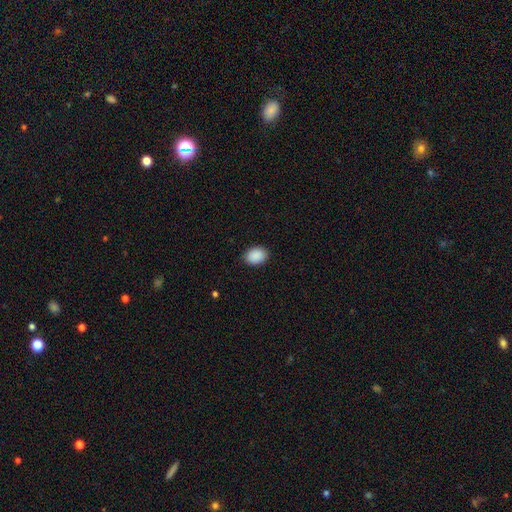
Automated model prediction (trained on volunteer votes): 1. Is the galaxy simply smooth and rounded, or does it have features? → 91% smooth, 7% star or artifact, 2% featured or disk.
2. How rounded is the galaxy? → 73% in between, 27% round, 1% cigar-shaped.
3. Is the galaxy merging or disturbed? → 89% none, 8% minor disturbance, 2% major disturbance, 1% merger.